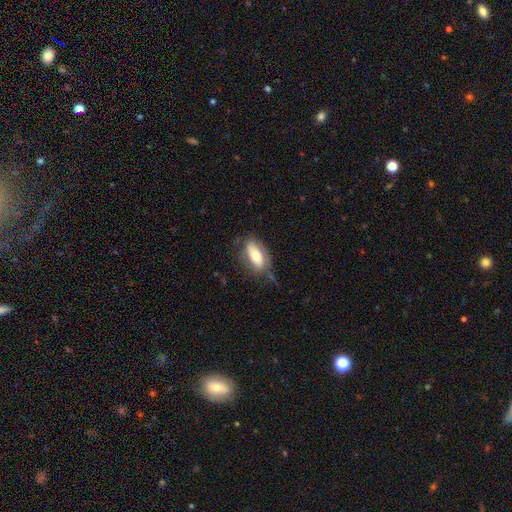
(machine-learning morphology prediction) A smooth galaxy with no disk features (60%) that is in between round and cigar-shaped (83%). Merging: none (58%).